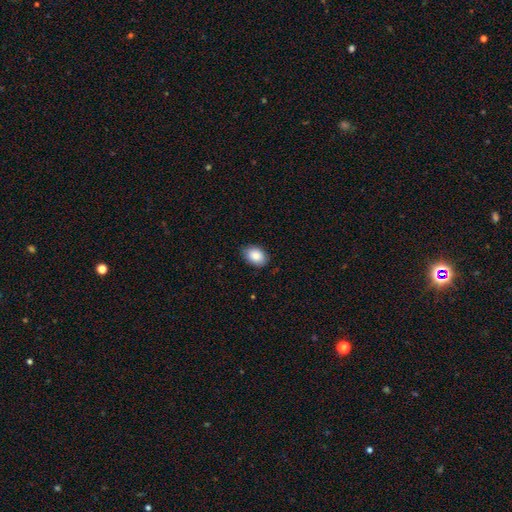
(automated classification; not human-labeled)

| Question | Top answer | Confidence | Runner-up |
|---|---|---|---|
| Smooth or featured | smooth | 86% | star or artifact (7%) |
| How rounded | in between | 79% | round (20%) |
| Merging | none | 82% | minor disturbance (15%) |